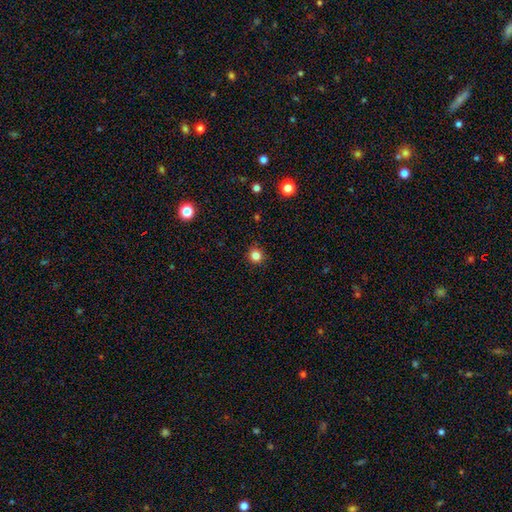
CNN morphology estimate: Q: Smooth or featured?
A: smooth (83%); runner-up: star or artifact (13%)
Q: How rounded?
A: round (93%); runner-up: in between (6%)
Q: Merging?
A: none (92%); runner-up: minor disturbance (6%)